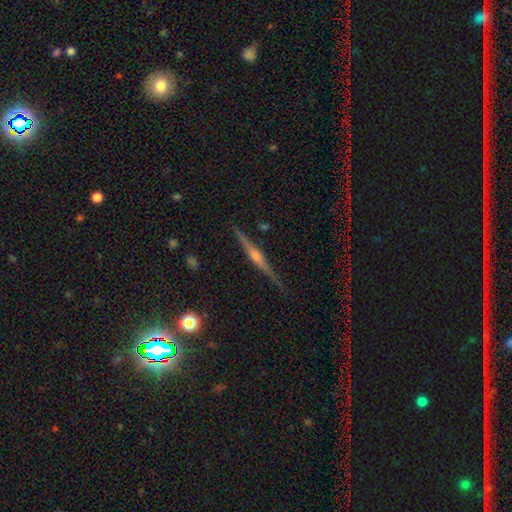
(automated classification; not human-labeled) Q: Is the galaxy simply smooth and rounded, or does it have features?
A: featured or disk — 83%.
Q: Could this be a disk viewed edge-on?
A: yes — 98%.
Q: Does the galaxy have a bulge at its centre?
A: rounded — 86%.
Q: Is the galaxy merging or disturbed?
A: none — 89%.